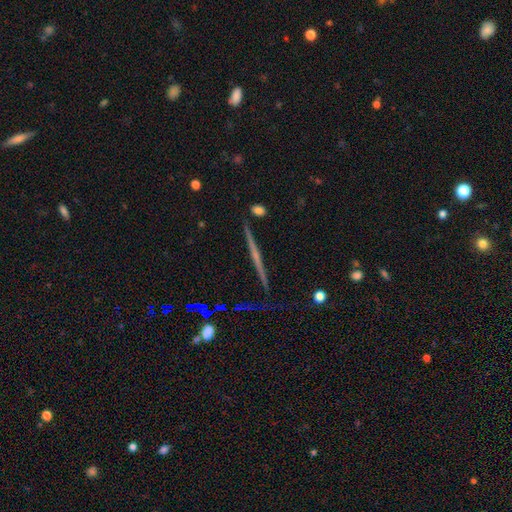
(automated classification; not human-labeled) smooth_or_featured: featured or disk (p=0.74) [alt: smooth p=0.17]
disk_edge_on: yes (p=0.98) [alt: no p=0.02]
edge_on_bulge: rounded (p=0.47) [alt: none p=0.45]
merging: none (p=0.88) [alt: minor disturbance p=0.08]